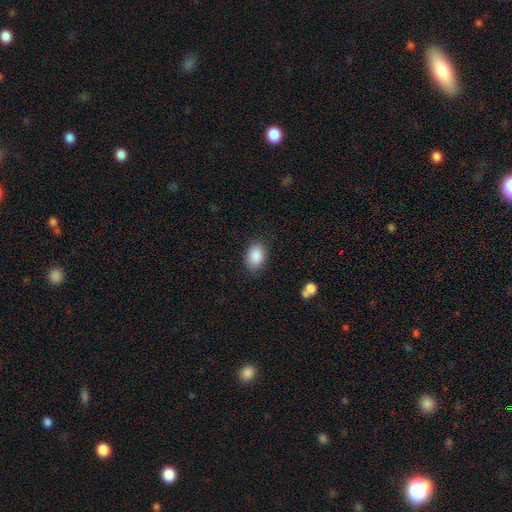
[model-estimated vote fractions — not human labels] The model was most divided on "how rounded": in between: 86%, round: 13%, cigar-shaped: 1%. More confident: smooth or featured — smooth (89%); merging — none (85%).